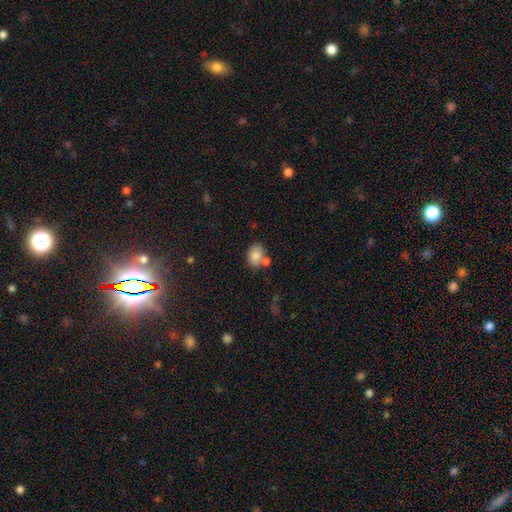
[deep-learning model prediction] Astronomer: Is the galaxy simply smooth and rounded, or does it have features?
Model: smooth — 82%.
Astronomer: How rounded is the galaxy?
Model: in between — 67%.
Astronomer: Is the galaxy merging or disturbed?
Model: none — 56%.